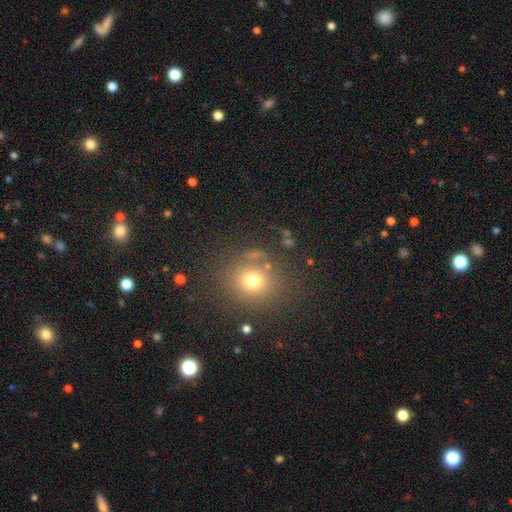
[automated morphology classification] Overall: smooth (65%). How rounded: round (83%). Merging: none (79%).